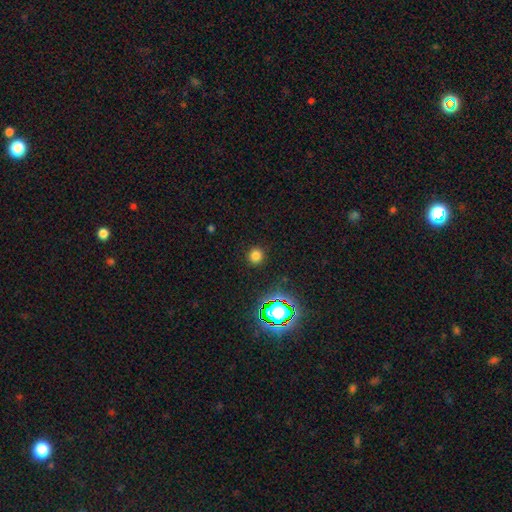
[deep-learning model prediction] Q: Smooth or featured?
A: smooth (74%); runner-up: star or artifact (20%)
Q: How rounded?
A: round (94%); runner-up: in between (5%)
Q: Merging?
A: none (91%); runner-up: minor disturbance (6%)